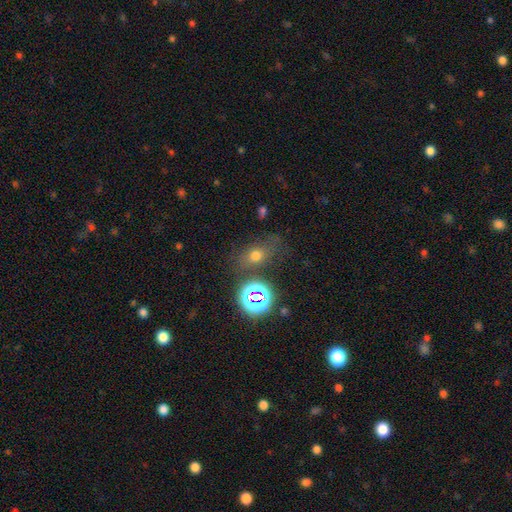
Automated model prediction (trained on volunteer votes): Q: Smooth or featured?
A: smooth (63%); runner-up: star or artifact (24%)
Q: How rounded?
A: in between (61%); runner-up: round (36%)
Q: Merging?
A: none (62%); runner-up: minor disturbance (20%)